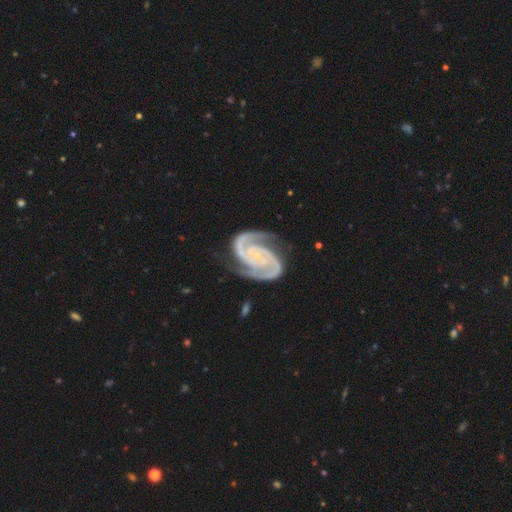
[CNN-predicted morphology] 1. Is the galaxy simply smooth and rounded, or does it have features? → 94% featured or disk, 4% star or artifact, 2% smooth.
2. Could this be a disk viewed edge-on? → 98% no, 2% yes.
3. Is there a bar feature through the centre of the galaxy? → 64% no, 23% weak, 13% strong.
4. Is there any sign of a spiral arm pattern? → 99% yes, 1% no.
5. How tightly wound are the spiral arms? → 56% tight, 39% medium, 5% loose.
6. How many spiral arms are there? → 87% 2, 6% 3, 2% can't tell, 2% 4, 2% 1, 2% more than 4.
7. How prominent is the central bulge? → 78% small, 11% none, 8% moderate, 1% large, 1% dominant.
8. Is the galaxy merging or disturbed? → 76% none, 16% minor disturbance, 6% major disturbance, 2% merger.